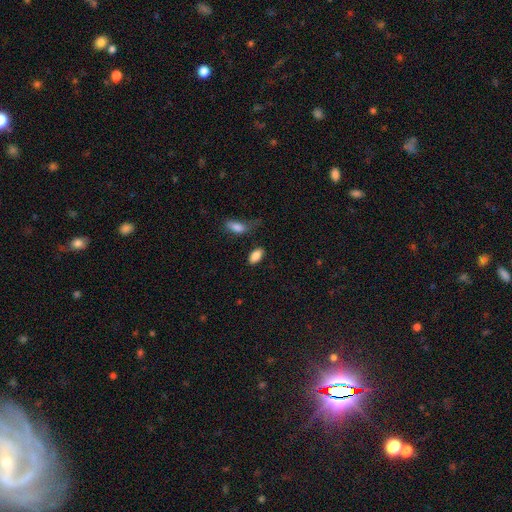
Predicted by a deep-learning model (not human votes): Smooth or featured?
  - smooth: 86% *
  - star or artifact: 7%
  - featured or disk: 6%
How rounded?
  - in between: 92% *
  - cigar-shaped: 4%
  - round: 4%
Merging?
  - none: 80% *
  - minor disturbance: 12%
  - merger: 5%
  - major disturbance: 4%